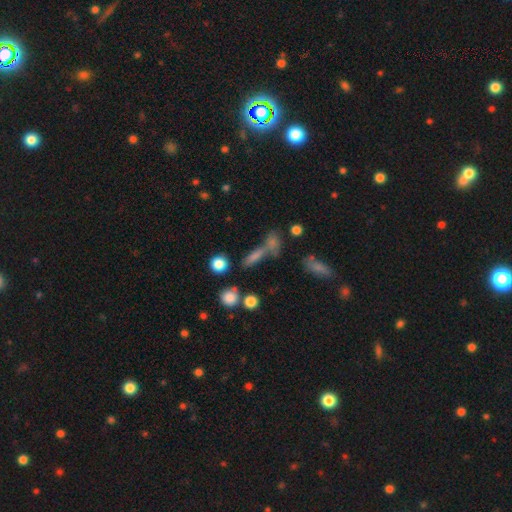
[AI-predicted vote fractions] smooth-or-featured: smooth: 61% | star or artifact: 20% | featured or disk: 19%
  how-rounded: cigar-shaped: 53% | in between: 32% | round: 16%
  merging: none: 53% | merger: 26% | minor disturbance: 13% | major disturbance: 8%